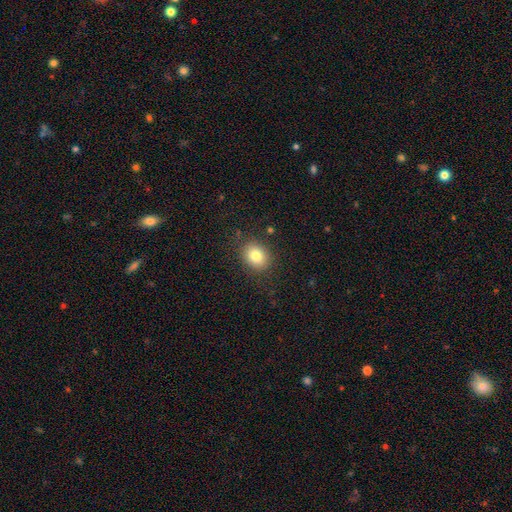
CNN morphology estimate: The model was most divided on "how rounded": round: 54%, in between: 45%, cigar-shaped: 1%. More confident: merging — none (85%); smooth or featured — smooth (81%).